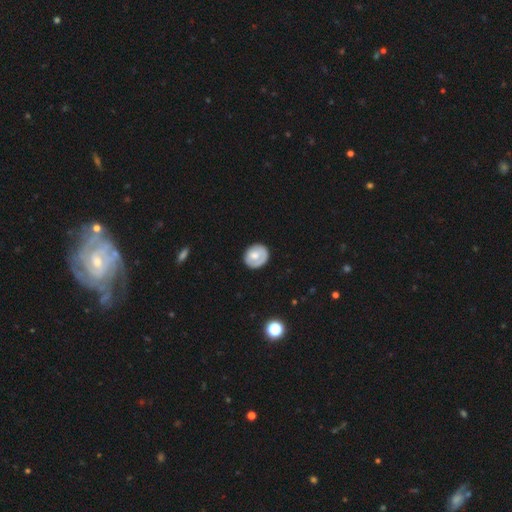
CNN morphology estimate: A smooth galaxy with no disk features (61%) that is round (75%).

Vote fractions:
- Smooth or featured? smooth: 61% / featured or disk: 33% / star or artifact: 6%
- How rounded? round: 75% / in between: 24% / cigar-shaped: 1%
- Merging? none: 75% / minor disturbance: 17% / major disturbance: 6% / merger: 2%